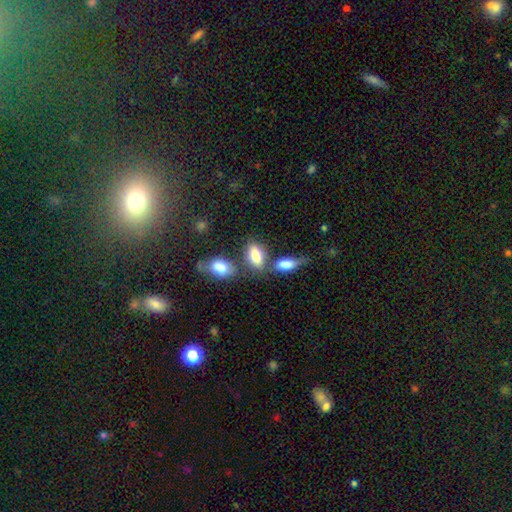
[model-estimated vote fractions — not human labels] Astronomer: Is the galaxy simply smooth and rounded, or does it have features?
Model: smooth — 78%.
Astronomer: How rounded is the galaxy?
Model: in between — 87%.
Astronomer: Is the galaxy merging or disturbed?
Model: none — 55%.